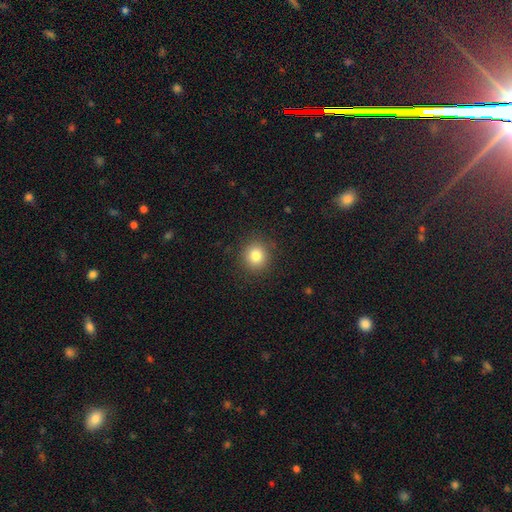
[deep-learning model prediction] smooth-or-featured: smooth: 82% | star or artifact: 11% | featured or disk: 6%
  how-rounded: round: 88% | in between: 11% | cigar-shaped: 1%
  merging: none: 90% | minor disturbance: 7% | major disturbance: 3% | merger: 1%